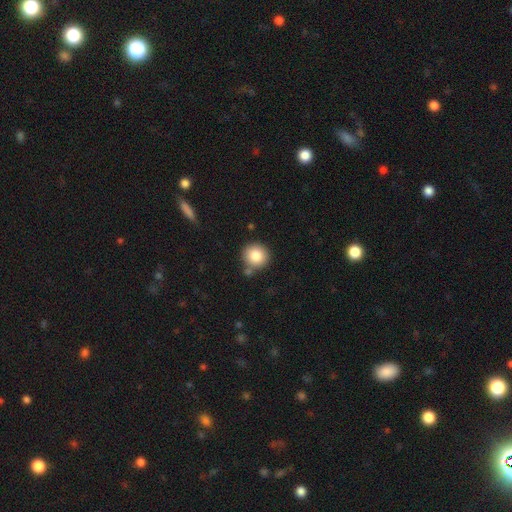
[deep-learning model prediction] The model was most divided on "merging": none: 76%, minor disturbance: 11%, merger: 10%, major disturbance: 3%. More confident: how rounded — round (91%); smooth or featured — smooth (83%).